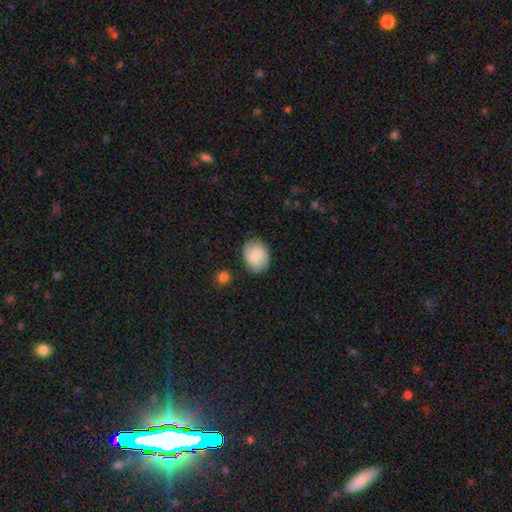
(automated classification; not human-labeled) smooth_or_featured: smooth (p=0.76) [alt: featured or disk p=0.17]
how_rounded: in between (p=0.52) [alt: round p=0.48]
merging: none (p=0.74) [alt: minor disturbance p=0.19]